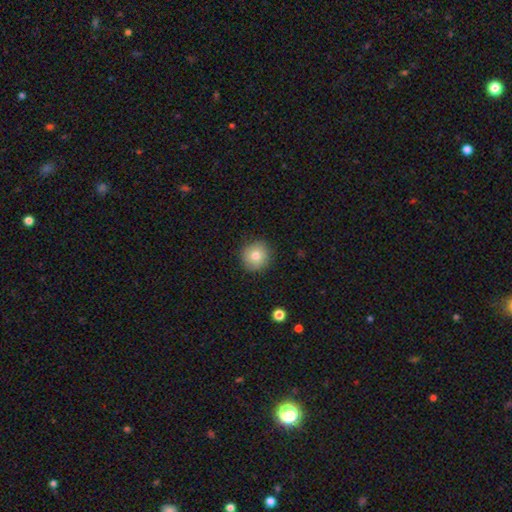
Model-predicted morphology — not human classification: This is likely a smooth galaxy (79%). How rounded: clearly round (91%). Merging: clearly none (88%).